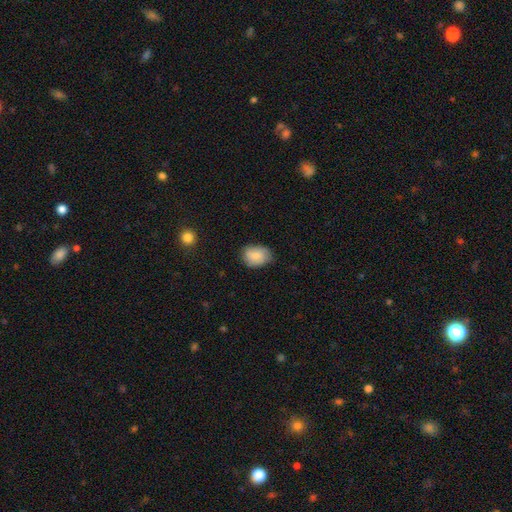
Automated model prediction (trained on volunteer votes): Morphology: type=smooth (81%); roundness=in between (66%); merging=none (71%).